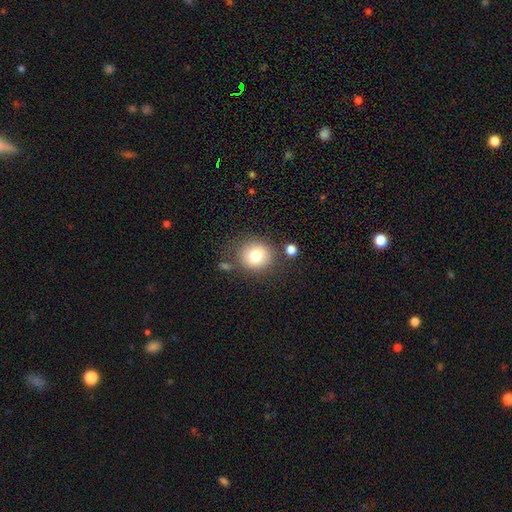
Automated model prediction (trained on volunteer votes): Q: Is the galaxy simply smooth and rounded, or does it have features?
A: smooth — 78%.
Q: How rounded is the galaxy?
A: round — 85%.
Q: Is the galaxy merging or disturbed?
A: none — 75%.